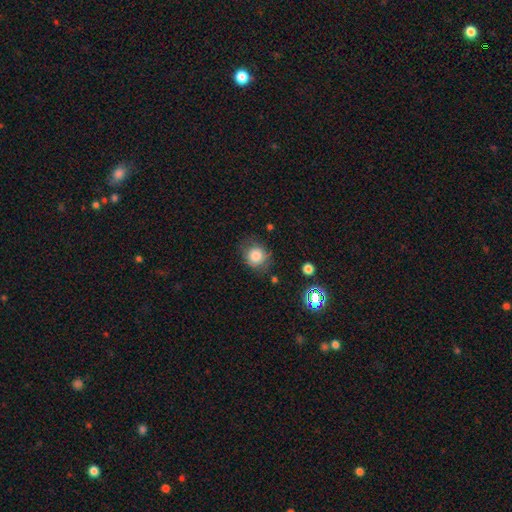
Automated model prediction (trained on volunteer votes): Overall: smooth (81%). How rounded: round (79%). Merging: none (70%).